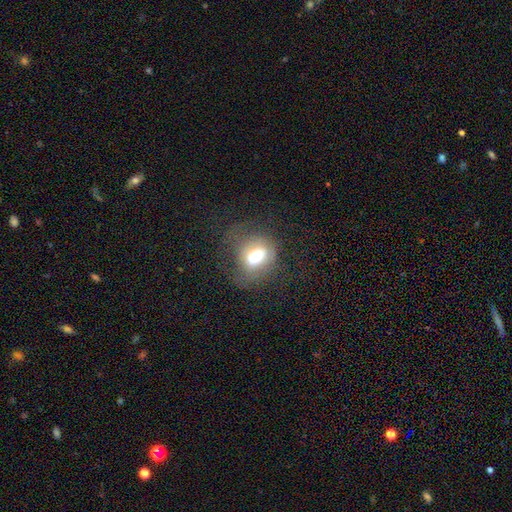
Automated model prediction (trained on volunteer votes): Smooth or featured: smooth — 63% (featured or disk — 26%)
How rounded: in between — 60% (round — 38%)
Merging: none — 54% (major disturbance — 22%)